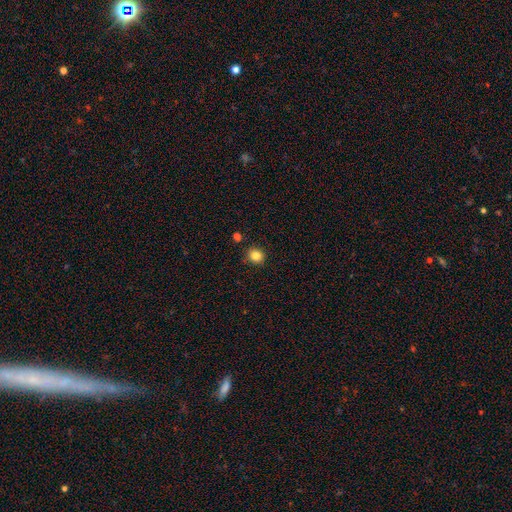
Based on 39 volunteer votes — smooth 85%, star or artifact 10%, featured or disk 5%. Down the decision tree: how rounded — round (88%); merging — none (89%).